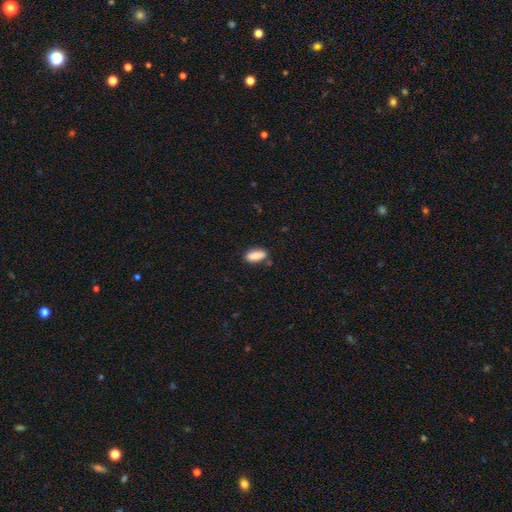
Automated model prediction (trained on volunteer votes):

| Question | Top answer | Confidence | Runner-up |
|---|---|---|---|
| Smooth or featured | smooth | 87% | star or artifact (7%) |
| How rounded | in between | 77% | cigar-shaped (21%) |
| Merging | none | 79% | minor disturbance (14%) |